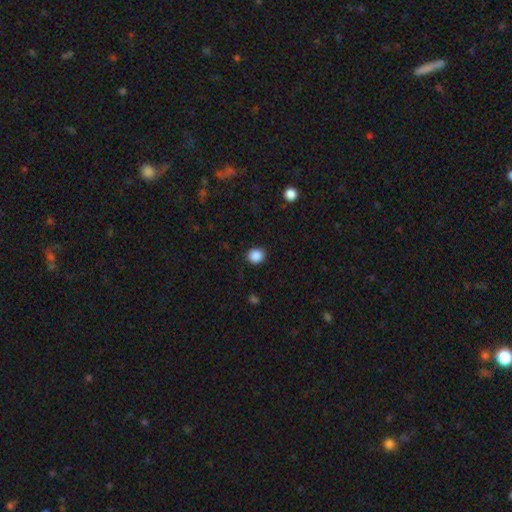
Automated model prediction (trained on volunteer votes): This is clearly a smooth galaxy (88%). How rounded: clearly round (82%). Merging: clearly none (90%).